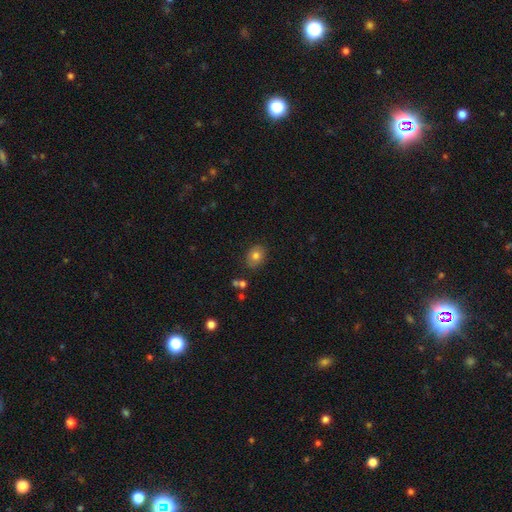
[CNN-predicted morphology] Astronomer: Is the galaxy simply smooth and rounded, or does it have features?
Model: smooth — 77%.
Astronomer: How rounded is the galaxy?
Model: in between — 55% (runner-up: round, 44%).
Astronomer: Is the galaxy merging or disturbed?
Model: none — 83%.